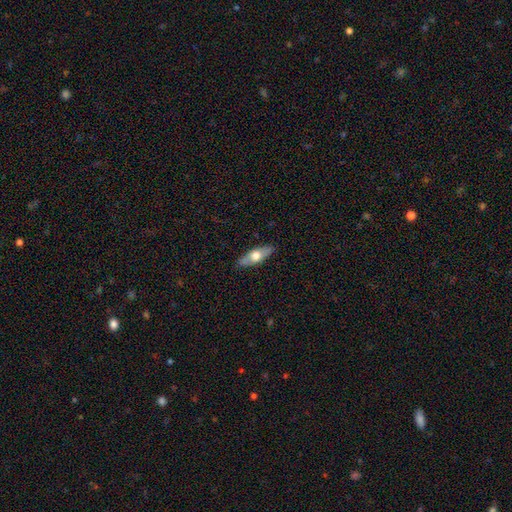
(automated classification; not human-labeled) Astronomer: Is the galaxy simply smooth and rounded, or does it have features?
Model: smooth — 52% (runner-up: featured or disk, 43%).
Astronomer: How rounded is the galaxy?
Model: in between — 60% (runner-up: cigar-shaped, 37%).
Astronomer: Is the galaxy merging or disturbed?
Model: none — 87%.